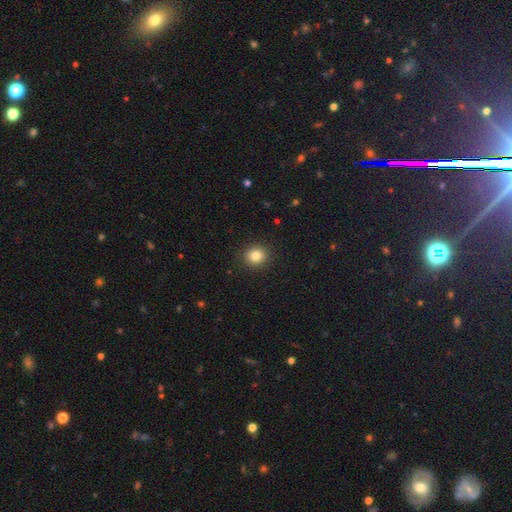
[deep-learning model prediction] This appears to be a smooth galaxy with no disk features (83%) that is round (84%). Merging: none (91%).